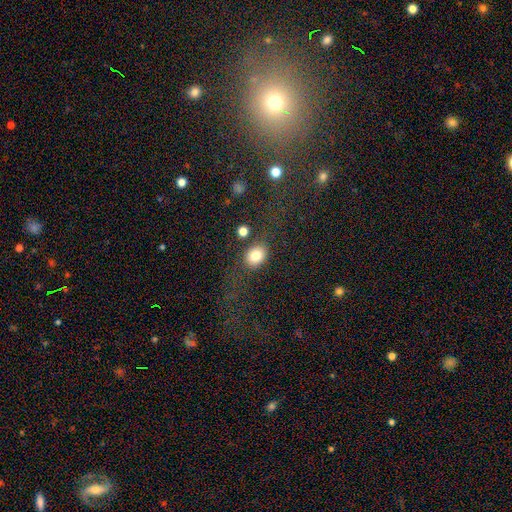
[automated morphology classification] smooth-or-featured: smooth: 82% | star or artifact: 10% | featured or disk: 9%
  how-rounded: in between: 56% | round: 42% | cigar-shaped: 1%
  merging: none: 73% | minor disturbance: 13% | major disturbance: 8% | merger: 6%